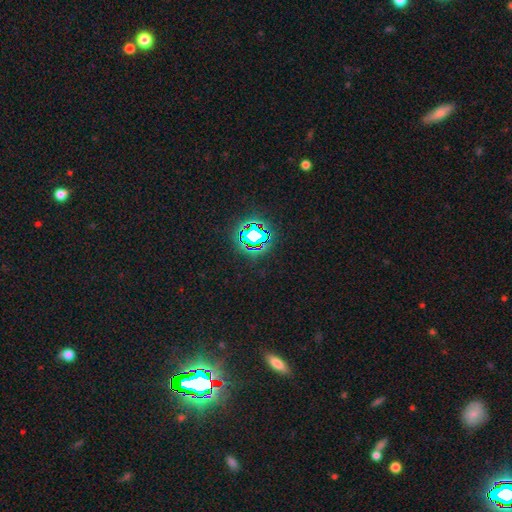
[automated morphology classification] smooth_or_featured: star or artifact (p=0.81) [alt: smooth p=0.11]